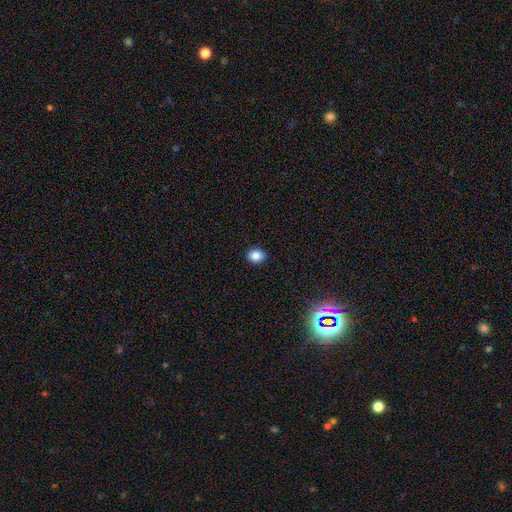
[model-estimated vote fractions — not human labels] This is clearly a smooth galaxy (87%). How rounded: possibly round (53%). Merging: clearly none (91%).